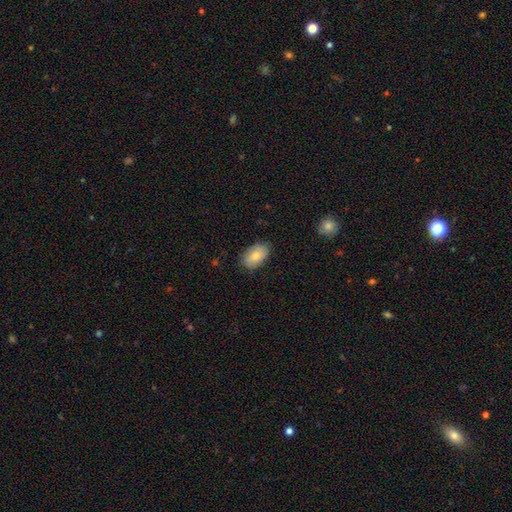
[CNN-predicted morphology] Q: Smooth or featured?
A: smooth (84%); runner-up: featured or disk (9%)
Q: How rounded?
A: in between (93%); runner-up: round (5%)
Q: Merging?
A: none (85%); runner-up: minor disturbance (12%)